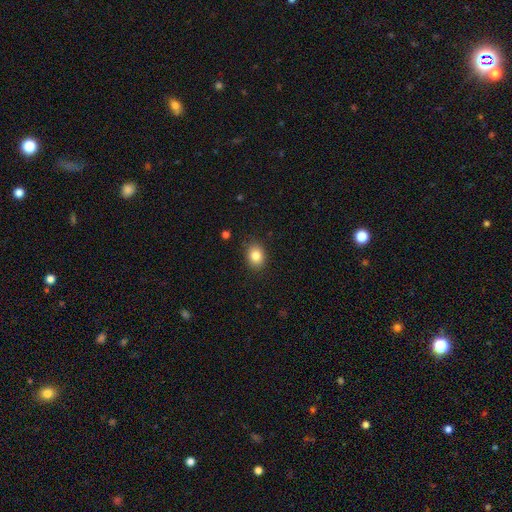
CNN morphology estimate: type=smooth (84%); roundness=in between (56%); merging=none (87%).